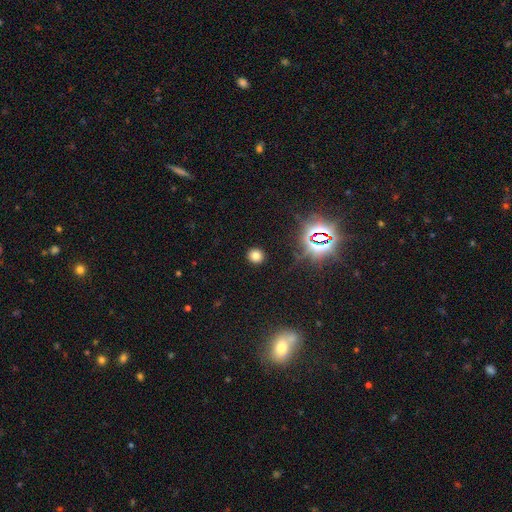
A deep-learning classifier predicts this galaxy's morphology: smooth_or_featured: smooth (p=0.74) [alt: star or artifact p=0.19]
how_rounded: round (p=0.89) [alt: in between p=0.10]
merging: none (p=0.91) [alt: minor disturbance p=0.05]